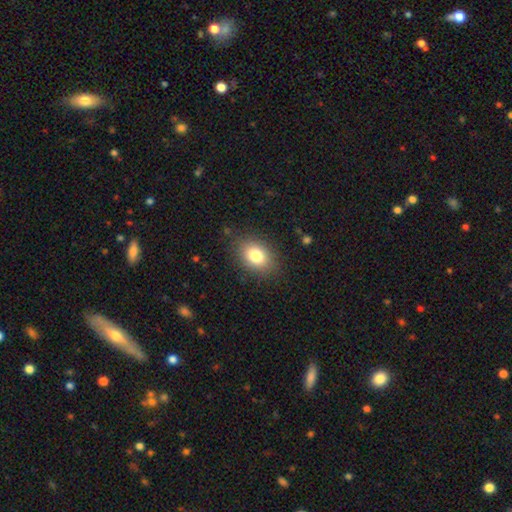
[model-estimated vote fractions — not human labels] Smooth or featured? smooth (81%)
How rounded? in between (73%)
Merging? none (84%)